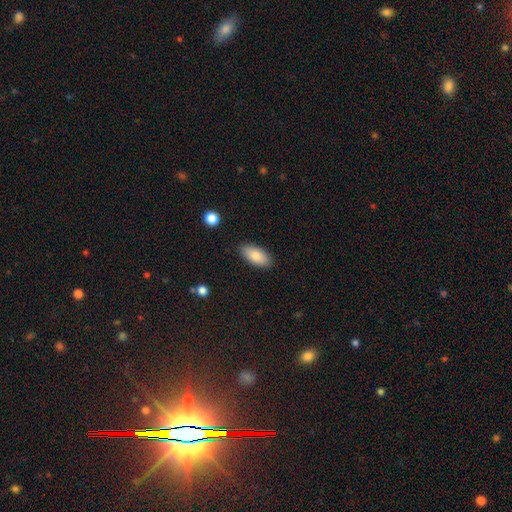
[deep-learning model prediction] A smooth galaxy with no disk features (85%) that is in between round and cigar-shaped (90%). Merging: none (87%).